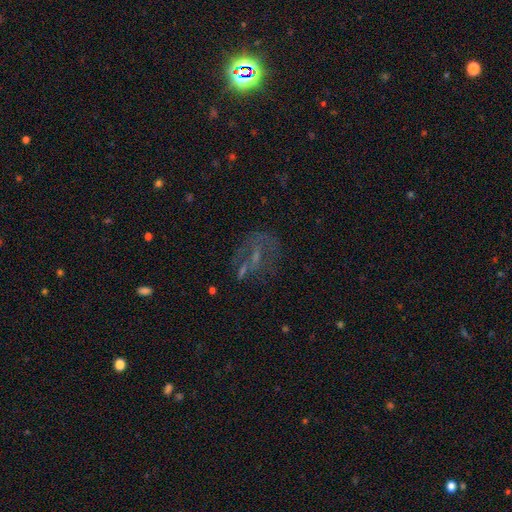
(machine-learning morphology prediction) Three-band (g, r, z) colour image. It shows a featured or disk galaxy (47%). Merging: none (47%).